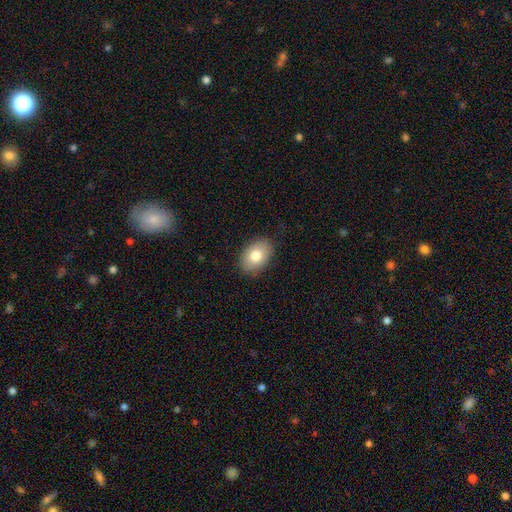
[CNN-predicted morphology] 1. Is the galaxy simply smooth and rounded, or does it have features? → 80% smooth, 12% featured or disk, 8% star or artifact.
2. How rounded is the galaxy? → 84% in between, 15% round, 1% cigar-shaped.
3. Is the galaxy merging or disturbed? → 87% none, 10% minor disturbance, 2% major disturbance, 1% merger.